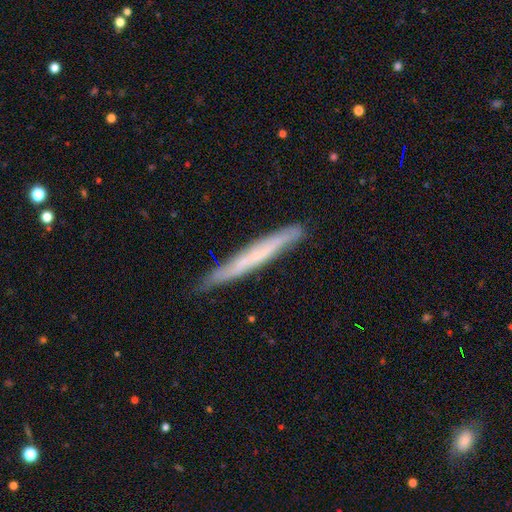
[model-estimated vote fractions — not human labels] Overall: featured or disk (51%; smooth 42%). Edge-on disk: yes (90%). Merging: none (84%).